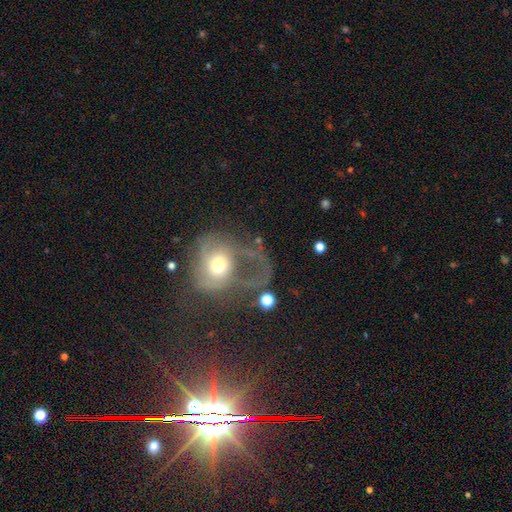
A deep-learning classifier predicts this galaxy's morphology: Smooth or featured? featured or disk (56%)
Edge-on disk? no (96%)
Bar? no (73%)
Spiral arms? yes (64%)
Bulge size? moderate (66%)
Merging? major disturbance (48%)